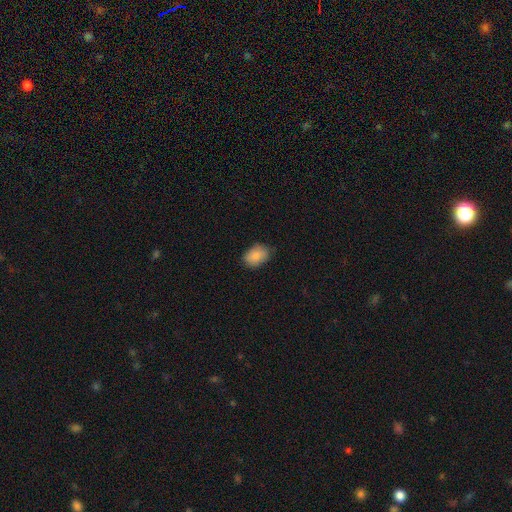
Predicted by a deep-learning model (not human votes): A smooth galaxy with no disk features (86%) that is in between round and cigar-shaped (81%). Merging: none (79%).